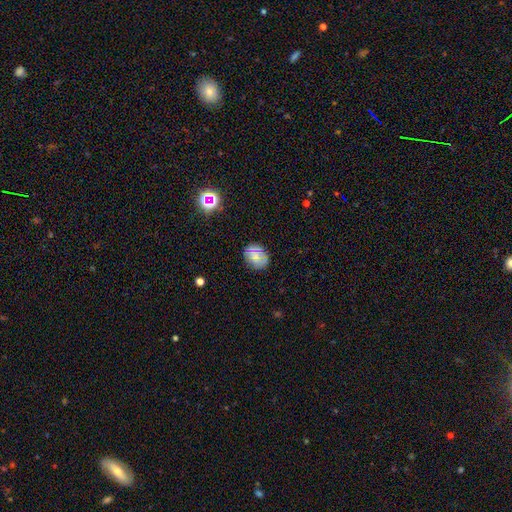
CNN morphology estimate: Smooth or featured?
  - smooth: 61% *
  - featured or disk: 25%
  - star or artifact: 14%
How rounded?
  - in between: 58% *
  - round: 41%
  - cigar-shaped: 1%
Merging?
  - none: 78% *
  - minor disturbance: 16%
  - major disturbance: 4%
  - merger: 2%